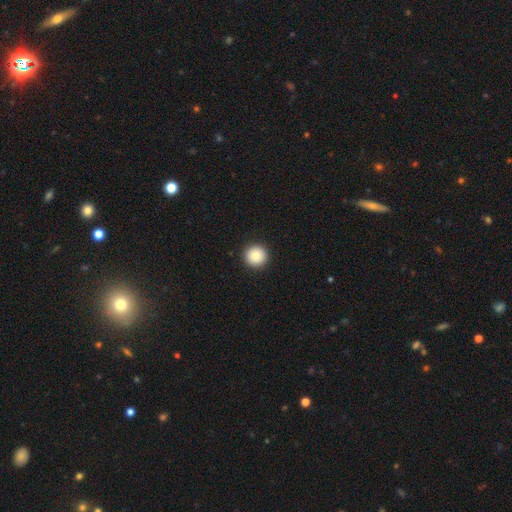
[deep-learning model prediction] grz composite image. It shows a smooth galaxy with no disk features (85%) that is round (96%). Merging: none (93%).